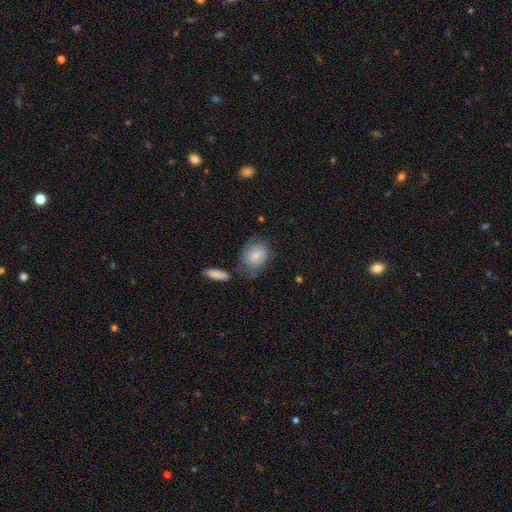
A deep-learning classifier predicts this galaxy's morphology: Smooth or featured?
  - smooth: 62% *
  - featured or disk: 31%
  - star or artifact: 7%
How rounded?
  - in between: 61% *
  - round: 37%
  - cigar-shaped: 2%
Merging?
  - none: 55% *
  - minor disturbance: 25%
  - major disturbance: 12%
  - merger: 8%